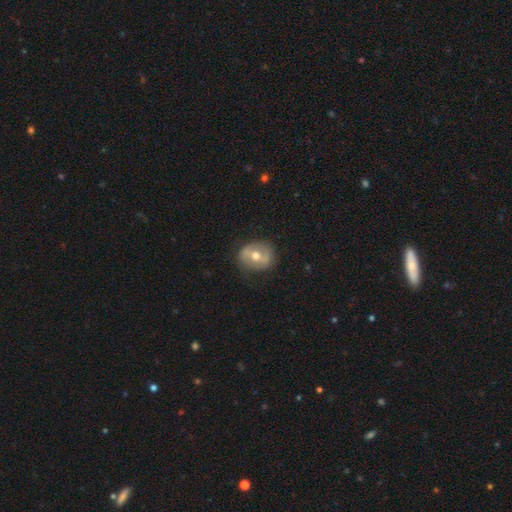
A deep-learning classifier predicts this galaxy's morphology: Smooth or featured? featured or disk (50%)
Edge-on disk? no (94%)
Merging? none (81%)